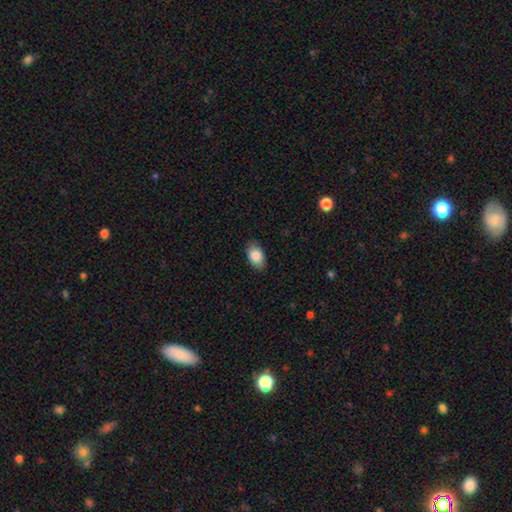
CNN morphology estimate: Smooth or featured: smooth — 86% (featured or disk — 8%)
How rounded: in between — 93% (round — 5%)
Merging: none — 86% (minor disturbance — 11%)